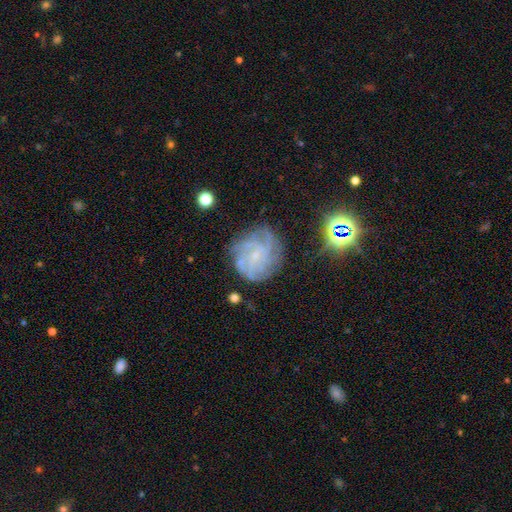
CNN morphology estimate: A featured or disk galaxy (75%) with no bar (62%), tight (61%) spiral arms (93%) and a small central bulge (74%). Merging: none (70%).